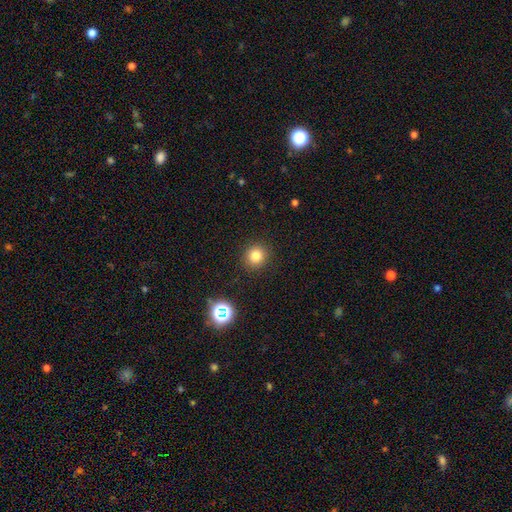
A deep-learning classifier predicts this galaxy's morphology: Q: Smooth or featured?
A: smooth (80%); runner-up: star or artifact (14%)
Q: How rounded?
A: round (91%); runner-up: in between (8%)
Q: Merging?
A: none (90%); runner-up: minor disturbance (6%)